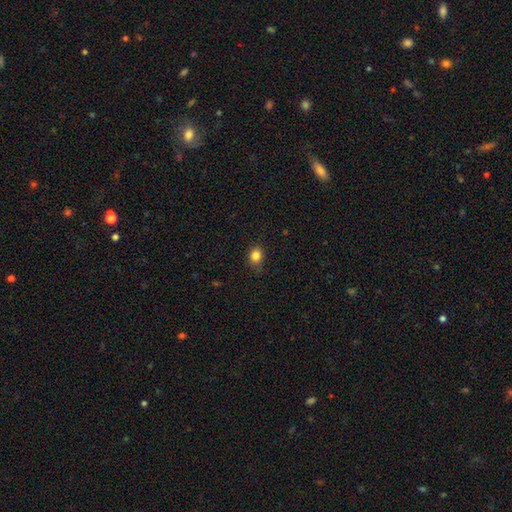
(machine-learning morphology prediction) Smooth or featured?
  - smooth: 84% *
  - star or artifact: 12%
  - featured or disk: 5%
How rounded?
  - round: 66% *
  - in between: 33%
  - cigar-shaped: 1%
Merging?
  - none: 82% *
  - minor disturbance: 14%
  - major disturbance: 3%
  - merger: 1%